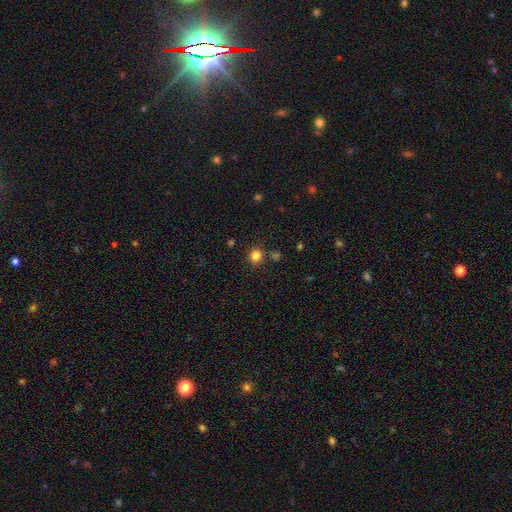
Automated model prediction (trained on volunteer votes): This is clearly a smooth galaxy (82%). How rounded: clearly round (91%). Merging: clearly none (85%).